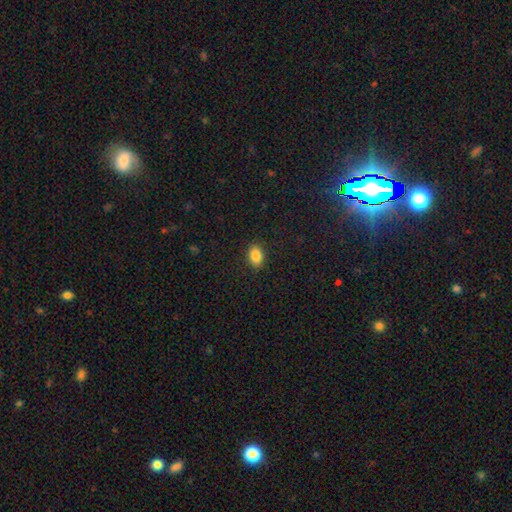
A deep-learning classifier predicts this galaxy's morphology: A smooth galaxy with no disk features (87%) that is in between round and cigar-shaped (78%). Merging: none (89%).